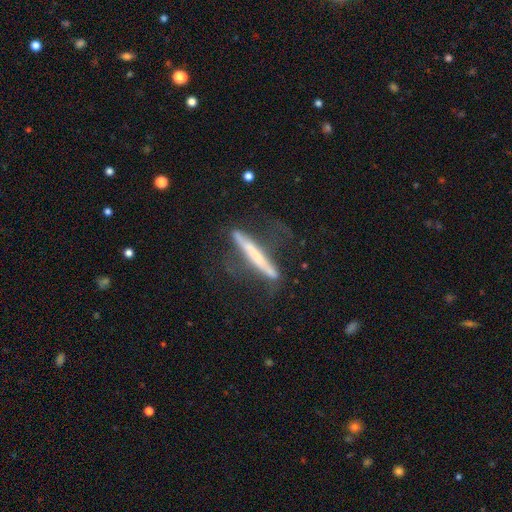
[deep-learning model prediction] Overall: featured or disk (63%; smooth 30%). Edge-on disk: yes (88%). Edge-on bulge: none (60%; rounded 27%). Merging: none (60%; minor disturbance 22%).